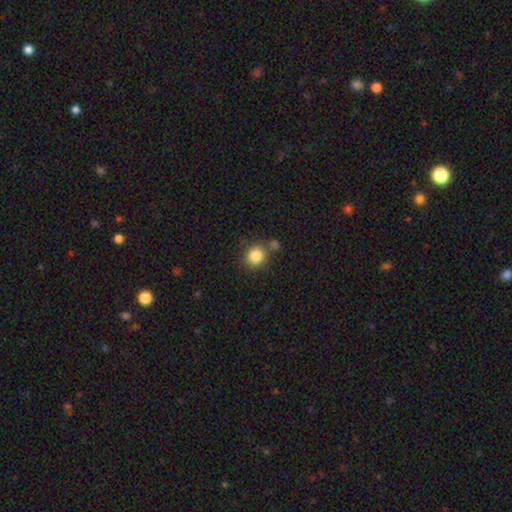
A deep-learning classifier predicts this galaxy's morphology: The model was most divided on "merging": none: 72%, merger: 13%, minor disturbance: 11%, major disturbance: 4%. More confident: how rounded — round (85%); smooth or featured — smooth (85%).